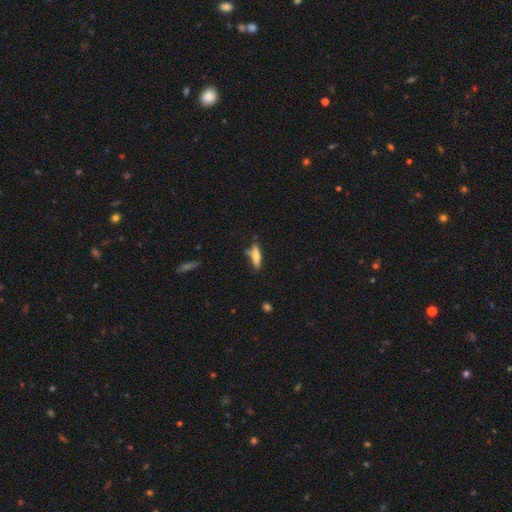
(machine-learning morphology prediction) This appears to be a smooth galaxy with no disk features (68%) that is cigar-shaped (68%). Merging: none (69%).